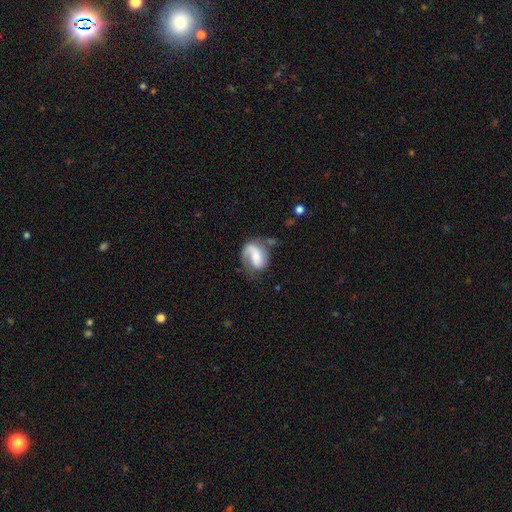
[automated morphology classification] Smooth or featured: featured or disk — 68% (smooth — 26%)
Edge-on disk: no — 97% (yes — 3%)
Bar: no — 42% (weak — 40%)
Spiral arms: yes — 90% (no — 10%)
Spiral winding: medium — 41% (loose — 37%)
Spiral arm count: 2 — 48% (1 — 44%)
Bulge size: moderate — 44% (small — 37%)
Merging: none — 47% (minor disturbance — 26%)